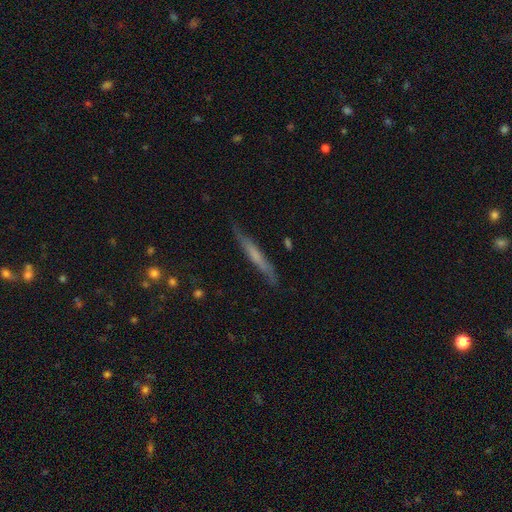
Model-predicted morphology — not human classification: This appears to be a featured or disk galaxy (51%) viewed edge-on (89%). Merging: none (78%).